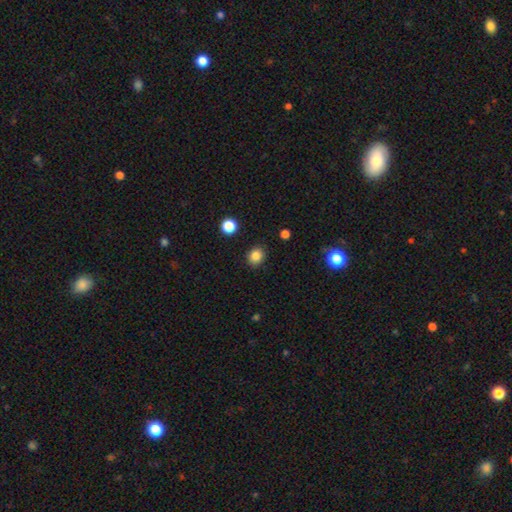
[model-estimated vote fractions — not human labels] Morphology: type=smooth (84%); roundness=round (74%); merging=none (88%).